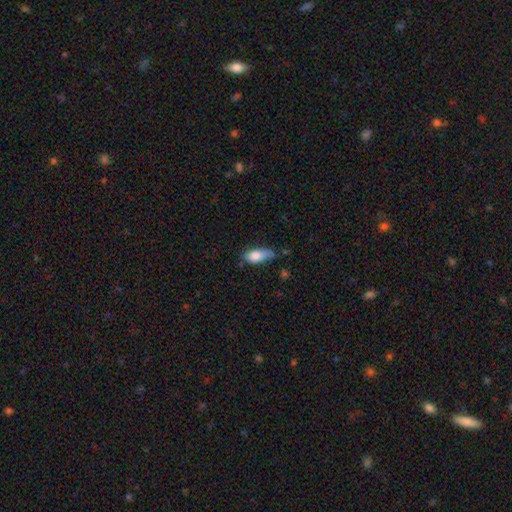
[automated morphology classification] type=smooth (82%); roundness=in between (84%); merging=minor disturbance (42%).